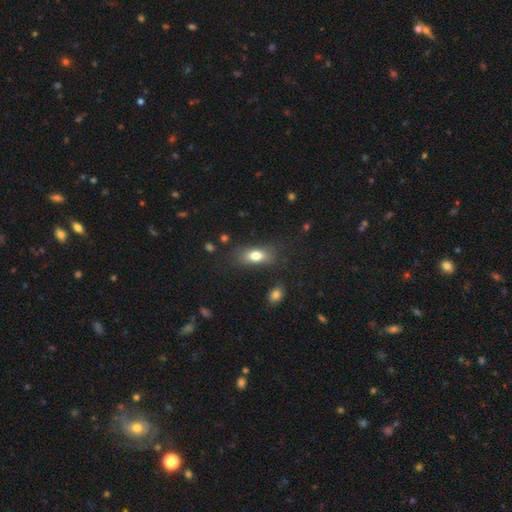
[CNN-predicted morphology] Smooth or featured?
  - smooth: 77% *
  - featured or disk: 14%
  - star or artifact: 9%
How rounded?
  - in between: 81% *
  - cigar-shaped: 11%
  - round: 8%
Merging?
  - none: 72% *
  - minor disturbance: 17%
  - major disturbance: 8%
  - merger: 3%